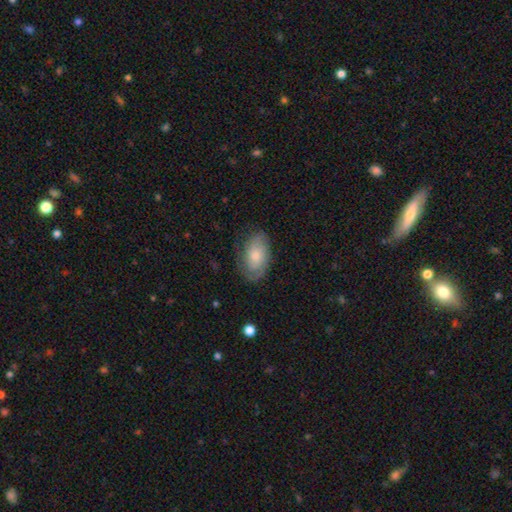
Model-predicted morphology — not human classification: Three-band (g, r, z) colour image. It shows a smooth galaxy with no disk features (48%). Merging: none (72%).